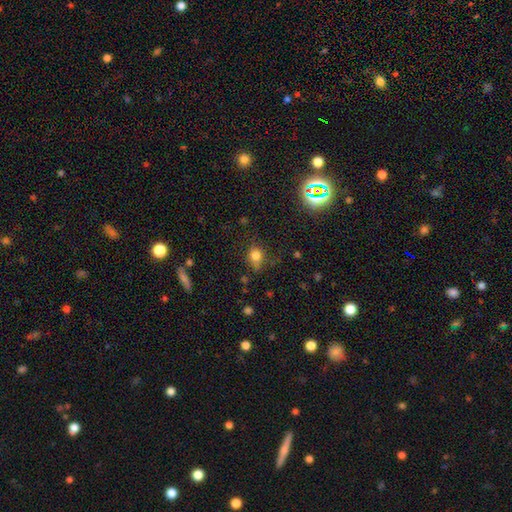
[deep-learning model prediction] Morphology: type=smooth (77%); roundness=round (58%); merging=none (64%).